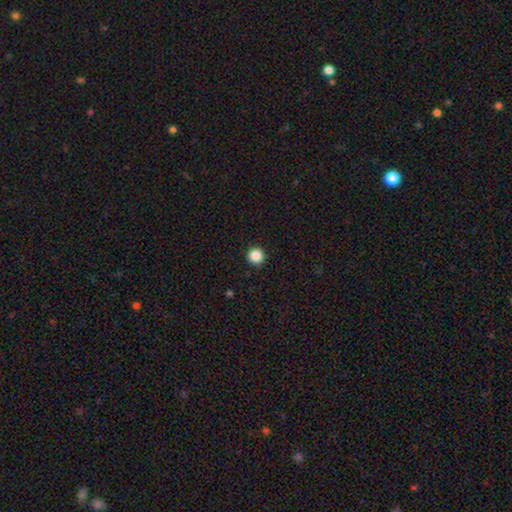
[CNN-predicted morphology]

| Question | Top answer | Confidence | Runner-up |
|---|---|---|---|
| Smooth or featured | smooth | 87% | star or artifact (11%) |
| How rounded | round | 96% | in between (3%) |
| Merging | none | 93% | minor disturbance (4%) |